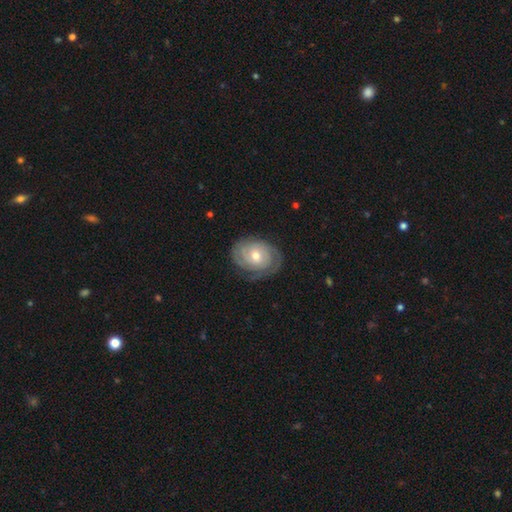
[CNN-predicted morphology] Smooth or featured? Predicted: featured or disk (p=0.80). Edge-on disk? Predicted: no (p=0.97). Bar? Predicted: no (p=0.70). Spiral arms? Predicted: yes (p=0.93). Spiral winding? Predicted: tight (p=0.75). Spiral arm count? Predicted: 2 (p=0.46). Bulge size? Predicted: moderate (p=0.60). Merging? Predicted: none (p=0.76).